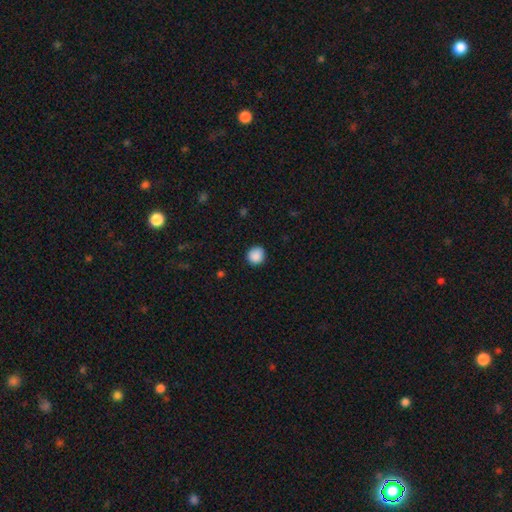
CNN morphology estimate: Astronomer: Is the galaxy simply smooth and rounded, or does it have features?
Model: smooth — 88%.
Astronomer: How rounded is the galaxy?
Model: round — 91%.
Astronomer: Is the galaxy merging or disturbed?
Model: none — 88%.